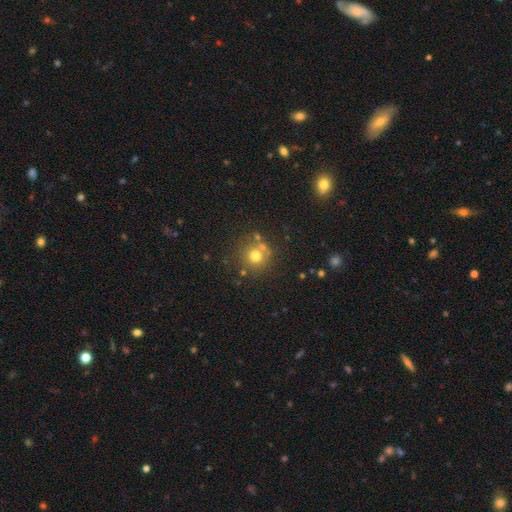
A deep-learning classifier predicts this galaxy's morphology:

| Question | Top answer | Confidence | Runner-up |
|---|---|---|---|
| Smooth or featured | smooth | 72% | star or artifact (15%) |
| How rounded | round | 91% | in between (9%) |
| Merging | none | 68% | merger (16%) |